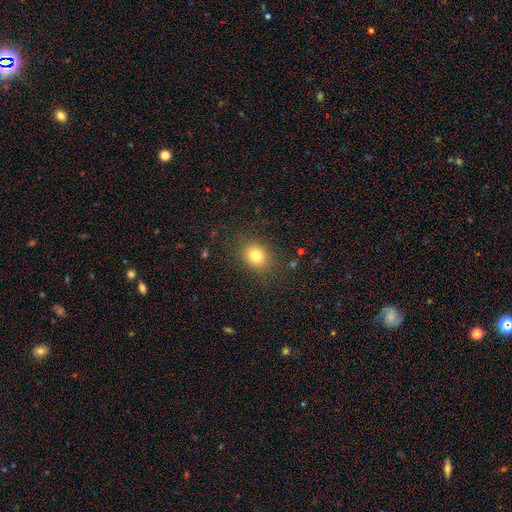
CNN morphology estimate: Smooth or featured: smooth — 79% (star or artifact — 13%)
How rounded: round — 60% (in between — 39%)
Merging: none — 85% (minor disturbance — 10%)